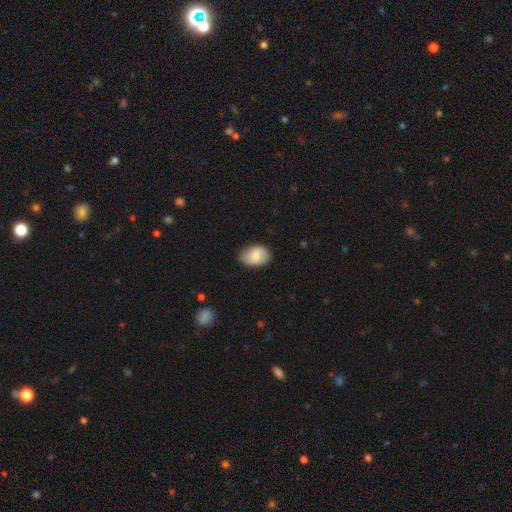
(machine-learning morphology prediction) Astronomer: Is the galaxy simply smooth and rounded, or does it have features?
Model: smooth — 79%.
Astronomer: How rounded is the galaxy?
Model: in between — 83%.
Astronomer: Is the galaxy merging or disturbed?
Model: none — 77%.